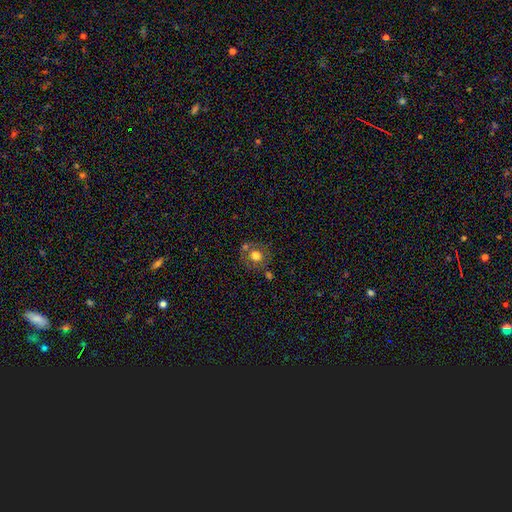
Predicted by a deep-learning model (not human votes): Smooth or featured?
  - smooth: 63% *
  - featured or disk: 27%
  - star or artifact: 10%
How rounded?
  - round: 81% *
  - in between: 18%
  - cigar-shaped: 1%
Merging?
  - none: 64% *
  - merger: 16%
  - minor disturbance: 15%
  - major disturbance: 6%